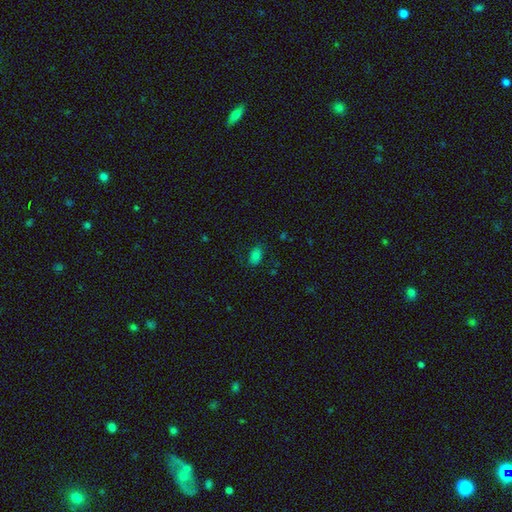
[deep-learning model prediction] The model was most divided on "merging": none: 76%, minor disturbance: 17%, major disturbance: 5%, merger: 1%. More confident: how rounded — in between (86%); smooth or featured — smooth (77%).